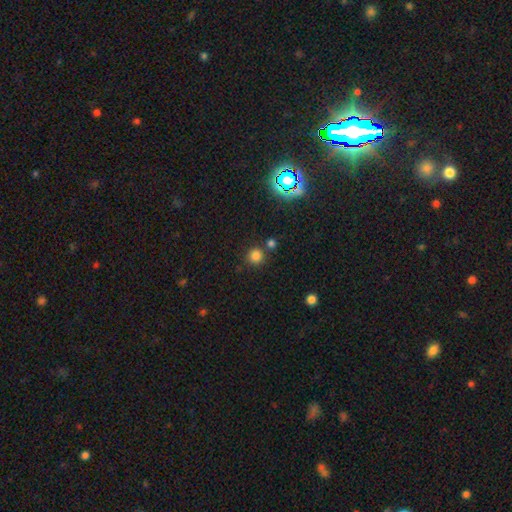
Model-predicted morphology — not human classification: Q: Smooth or featured?
A: smooth (78%); runner-up: star or artifact (18%)
Q: How rounded?
A: round (93%); runner-up: in between (6%)
Q: Merging?
A: none (77%); runner-up: merger (12%)